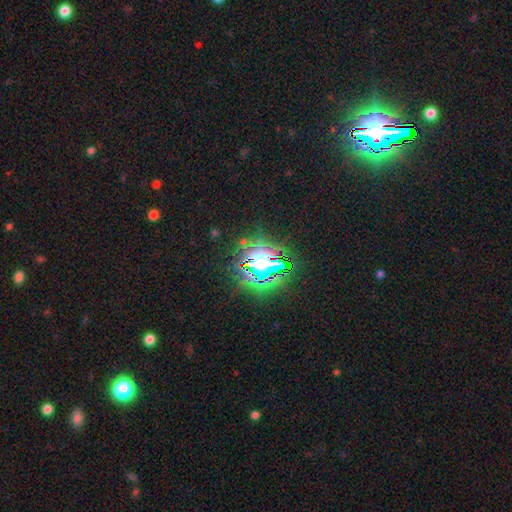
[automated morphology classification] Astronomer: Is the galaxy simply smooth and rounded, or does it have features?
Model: star or artifact — 85%.